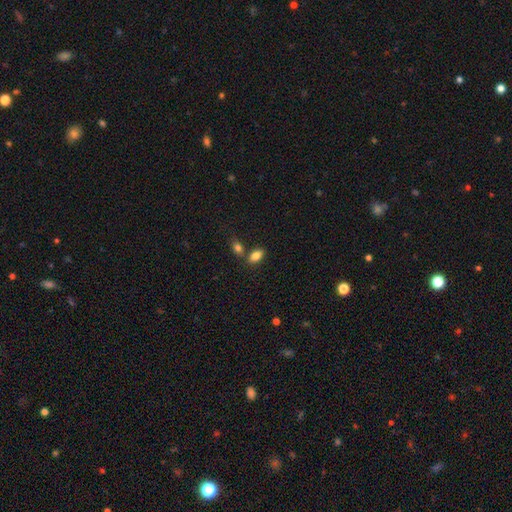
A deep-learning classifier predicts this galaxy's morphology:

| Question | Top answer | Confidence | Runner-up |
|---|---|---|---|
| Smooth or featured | smooth | 85% | star or artifact (8%) |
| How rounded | in between | 90% | round (7%) |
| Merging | none | 63% | merger (24%) |